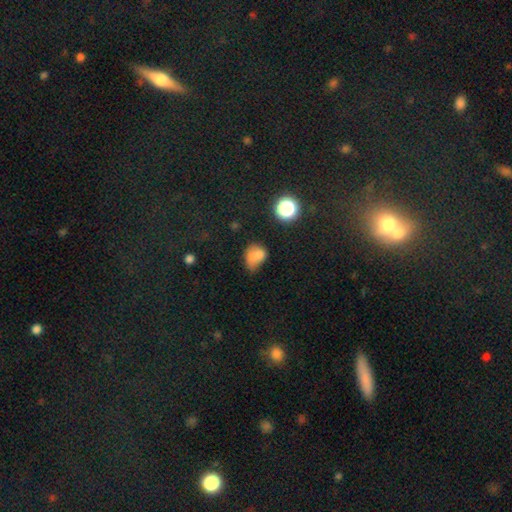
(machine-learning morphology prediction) Q: Smooth or featured?
A: smooth (74%); runner-up: star or artifact (15%)
Q: How rounded?
A: in between (58%); runner-up: round (41%)
Q: Merging?
A: minor disturbance (34%); runner-up: none (32%)